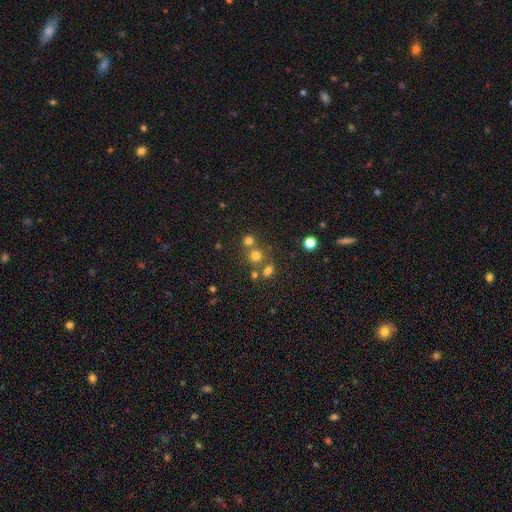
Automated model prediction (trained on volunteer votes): Smooth or featured?
  - smooth: 69% *
  - star or artifact: 21%
  - featured or disk: 9%
How rounded?
  - round: 87% *
  - in between: 12%
  - cigar-shaped: 1%
Merging?
  - none: 59% *
  - merger: 30%
  - minor disturbance: 7%
  - major disturbance: 3%